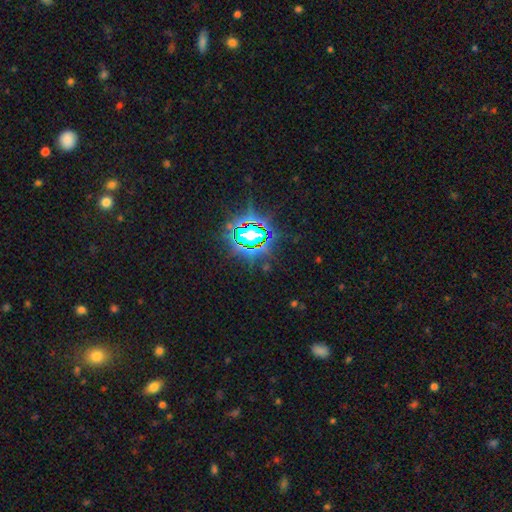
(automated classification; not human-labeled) Q: Smooth or featured?
A: star or artifact (82%); runner-up: smooth (11%)